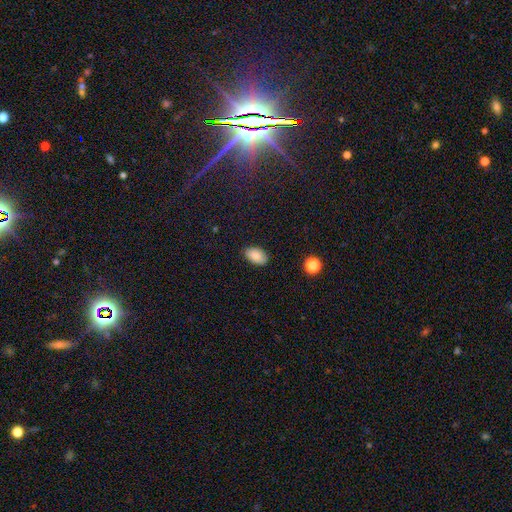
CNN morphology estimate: Smooth or featured: smooth — 87% (star or artifact — 8%)
How rounded: in between — 92% (round — 6%)
Merging: none — 85% (minor disturbance — 12%)